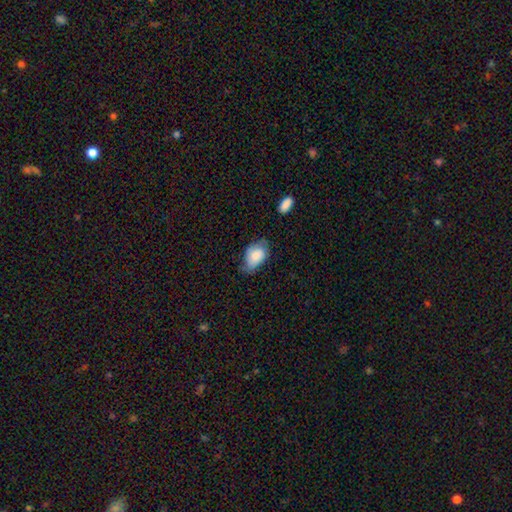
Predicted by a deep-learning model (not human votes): Smooth or featured? Predicted: smooth (p=0.77). How rounded? Predicted: in between (p=0.86). Merging? Predicted: none (p=0.46).